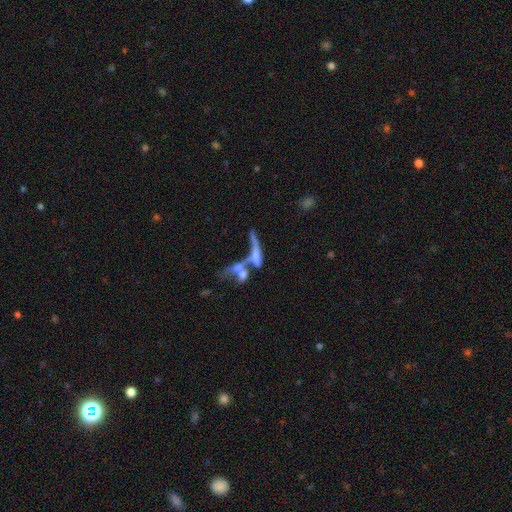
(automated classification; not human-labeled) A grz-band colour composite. It shows a featured or disk galaxy (52%). Merging: merger (59%).